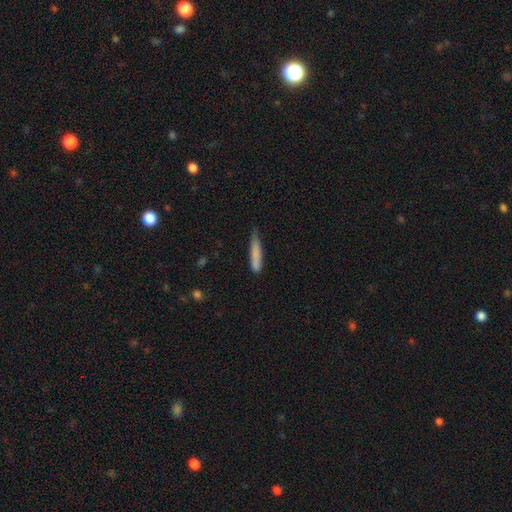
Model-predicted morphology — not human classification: Q: Smooth or featured?
A: smooth (80%); runner-up: featured or disk (14%)
Q: How rounded?
A: cigar-shaped (91%); runner-up: in between (8%)
Q: Merging?
A: none (62%); runner-up: minor disturbance (30%)